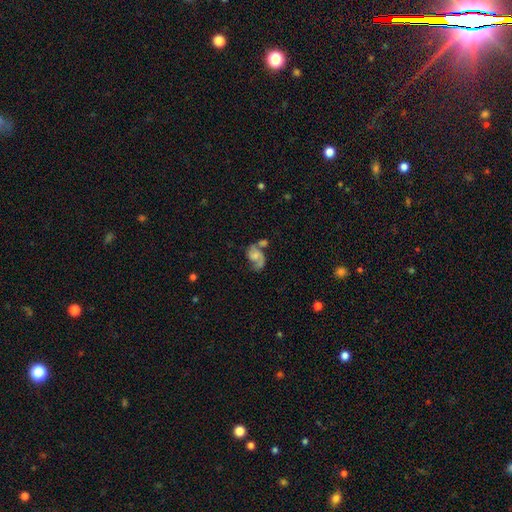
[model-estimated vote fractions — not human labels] Morphology: type=featured or disk (72%); edge-on=no (98%); bar=no (61%); spiral arms=yes (91%); winding=medium (47%); arm count=2 (81%); bulge=small (35%); merging=none (37%).